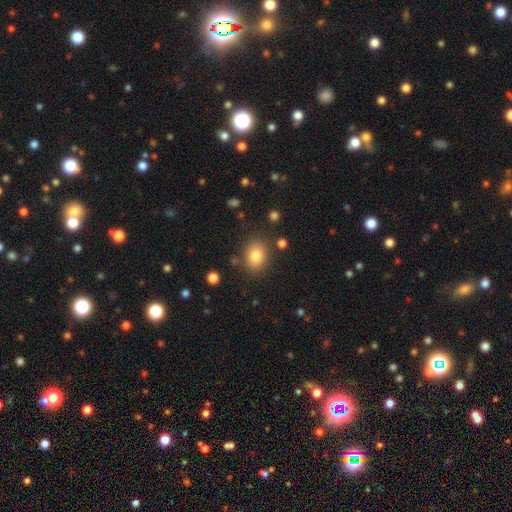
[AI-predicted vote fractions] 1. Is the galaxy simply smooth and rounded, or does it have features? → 82% smooth, 10% star or artifact, 8% featured or disk.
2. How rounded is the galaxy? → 54% in between, 45% round, 1% cigar-shaped.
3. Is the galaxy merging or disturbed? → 81% none, 11% minor disturbance, 4% major disturbance, 4% merger.